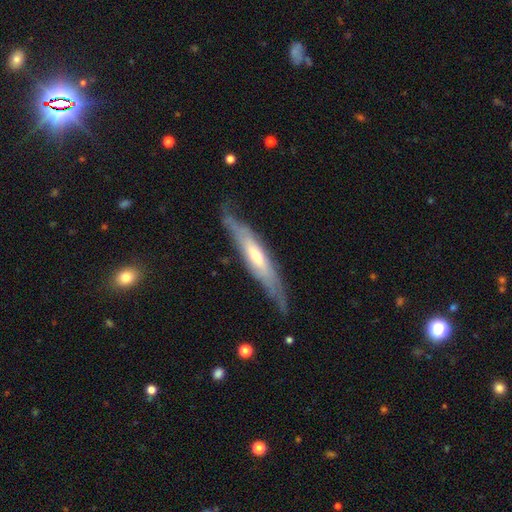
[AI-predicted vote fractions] Smooth or featured? featured or disk (69%)
Edge-on disk? yes (77%)
Edge-on bulge? rounded (61%)
Merging? none (74%)